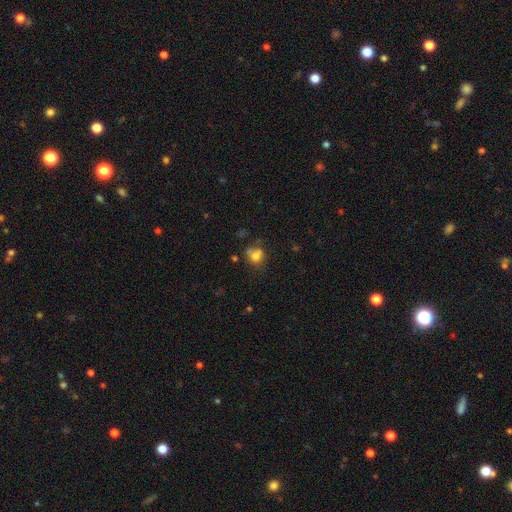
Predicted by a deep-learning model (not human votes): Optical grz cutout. It shows a smooth galaxy with no disk features (73%) that is round (65%). Merging: none (45%).